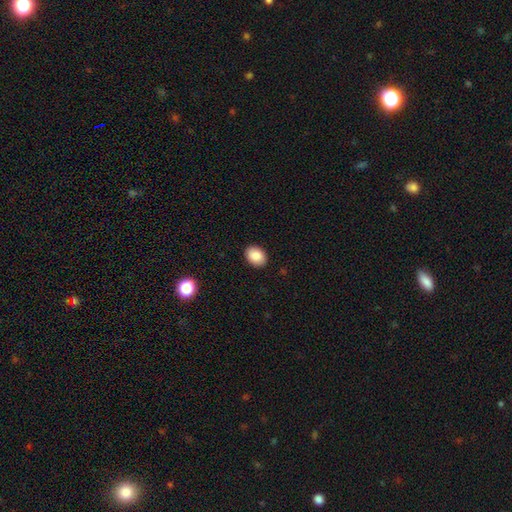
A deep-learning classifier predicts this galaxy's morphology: Smooth or featured? smooth (88%)
How rounded? in between (75%)
Merging? none (90%)